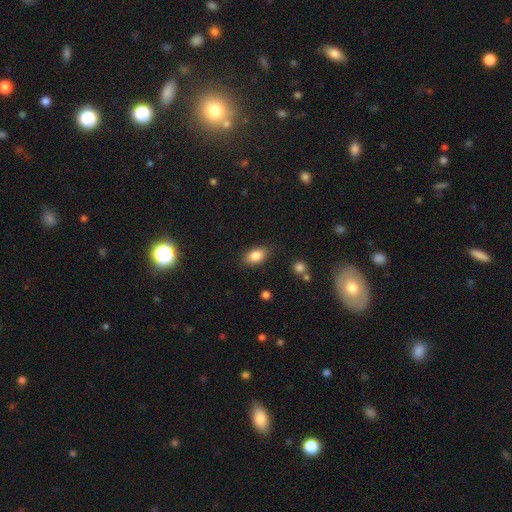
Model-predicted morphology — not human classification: This is clearly a smooth galaxy (85%). How rounded: clearly in between (88%). Merging: clearly none (82%).